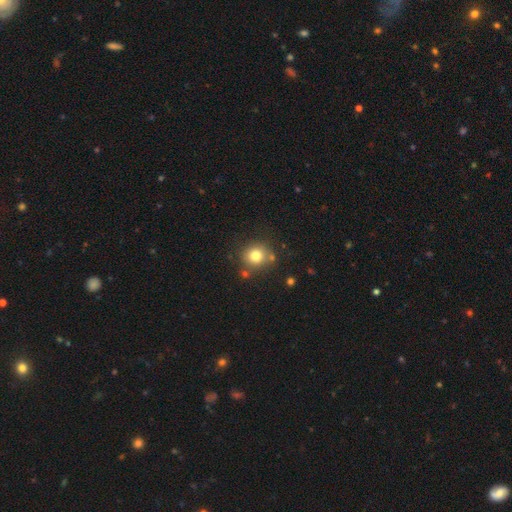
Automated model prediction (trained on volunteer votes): A smooth galaxy with no disk features (79%) that is round (85%).

Vote fractions:
- Smooth or featured? smooth: 79% / star or artifact: 12% / featured or disk: 9%
- How rounded? round: 85% / in between: 14% / cigar-shaped: 1%
- Merging? none: 77% / minor disturbance: 11% / merger: 8% / major disturbance: 3%